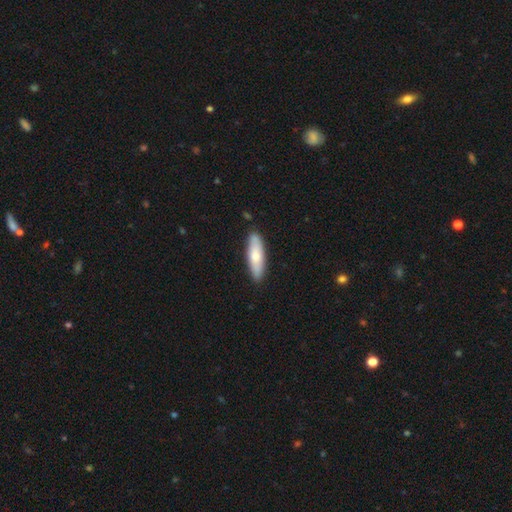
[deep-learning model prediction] Smooth or featured: smooth — 69% (featured or disk — 26%)
How rounded: cigar-shaped — 58% (in between — 40%)
Merging: none — 87% (minor disturbance — 10%)